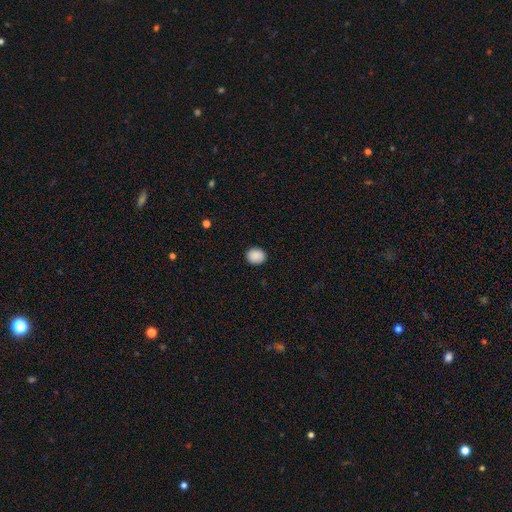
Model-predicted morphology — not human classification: The model was most divided on "how rounded": round: 69%, in between: 30%, cigar-shaped: 1%. More confident: merging — none (90%); smooth or featured — smooth (89%).